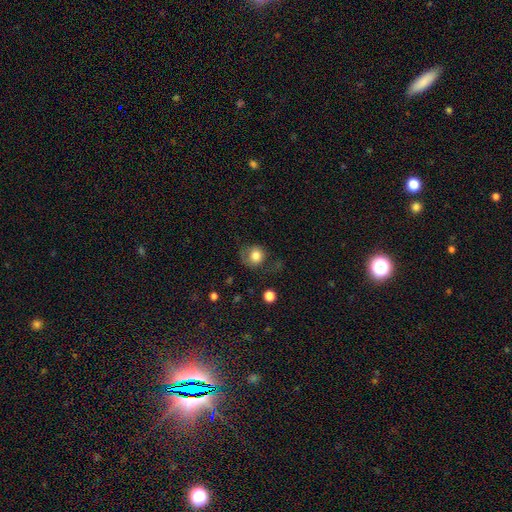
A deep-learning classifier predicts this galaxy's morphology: smooth-or-featured: smooth: 77% | featured or disk: 13% | star or artifact: 9%
  how-rounded: round: 82% | in between: 18% | cigar-shaped: 1%
  merging: none: 50% | minor disturbance: 24% | major disturbance: 24% | merger: 3%